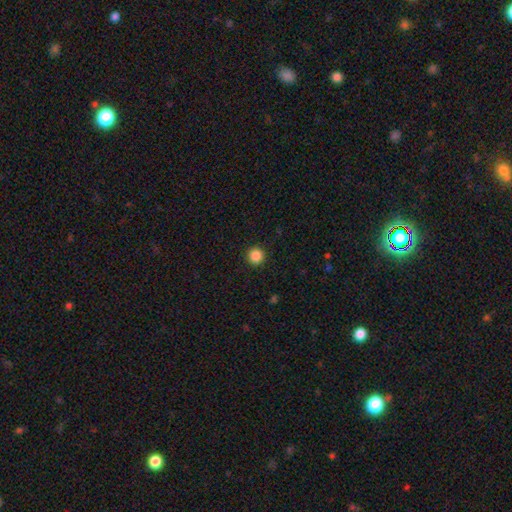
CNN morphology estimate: Smooth or featured? Predicted: smooth (p=0.87). How rounded? Predicted: round (p=0.95). Merging? Predicted: none (p=0.93).